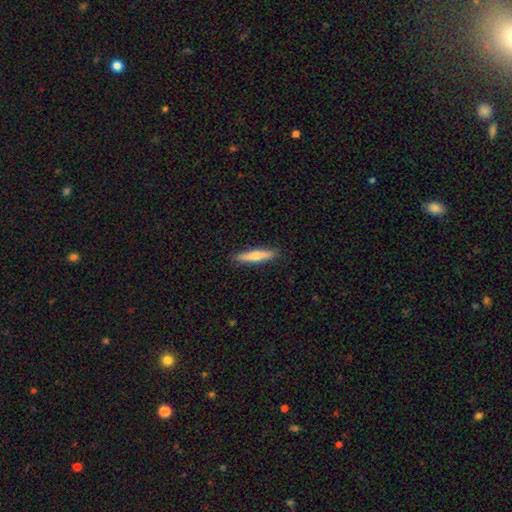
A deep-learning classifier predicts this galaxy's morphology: Smooth or featured?
  - smooth: 58% *
  - featured or disk: 36%
  - star or artifact: 5%
How rounded?
  - cigar-shaped: 90% *
  - in between: 9%
  - round: 2%
Merging?
  - none: 91% *
  - minor disturbance: 7%
  - major disturbance: 1%
  - merger: 1%